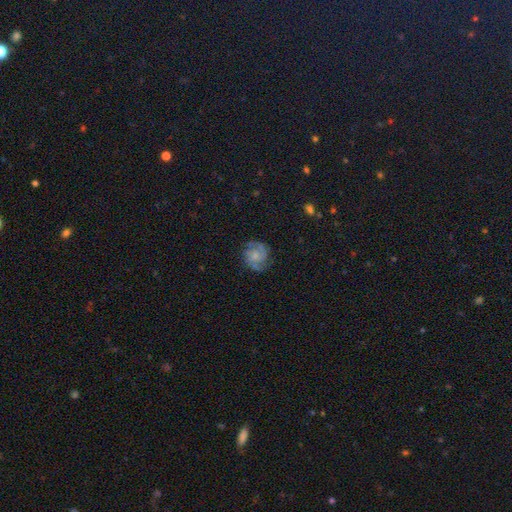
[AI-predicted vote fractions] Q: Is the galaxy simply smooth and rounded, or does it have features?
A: featured or disk — 77%.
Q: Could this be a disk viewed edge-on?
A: no — 98%.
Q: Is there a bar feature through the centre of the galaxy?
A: no — 69%.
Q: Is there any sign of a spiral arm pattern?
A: yes — 96%.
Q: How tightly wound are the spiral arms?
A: tight — 45%.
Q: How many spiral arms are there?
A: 2 — 72%.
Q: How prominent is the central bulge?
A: small — 50%.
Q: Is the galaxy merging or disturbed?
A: none — 75%.